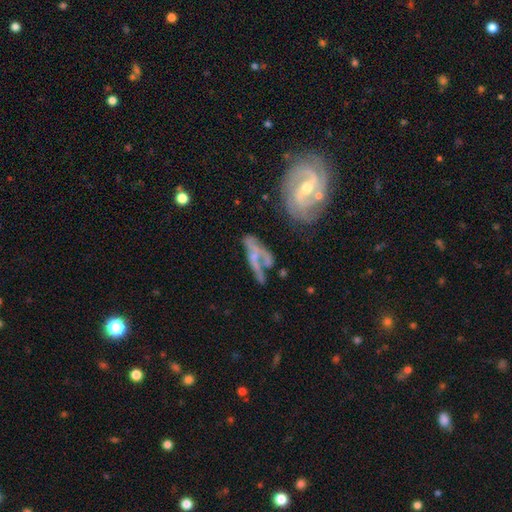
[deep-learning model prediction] A featured or disk galaxy (65%) with no bar (66%), spiral arms (52%) and a small central bulge (40%).

Vote fractions:
- Smooth or featured? featured or disk: 65% / smooth: 24% / star or artifact: 11%
- Edge-on disk? no: 84% / yes: 16%
- Bar? no: 66% / weak: 23% / strong: 11%
- Spiral arms? yes: 52% / no: 48%
- Bulge size? small: 40% / none: 37% / moderate: 19% / large: 3% / dominant: 2%
- Merging? major disturbance: 31% / none: 30% / minor disturbance: 19% / merger: 19%